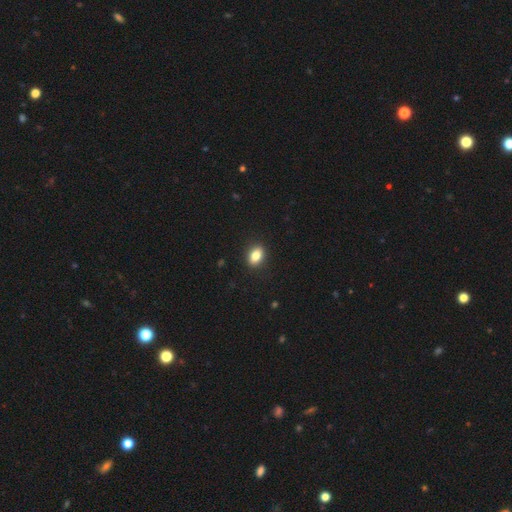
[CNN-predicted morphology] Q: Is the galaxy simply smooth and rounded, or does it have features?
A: smooth — 82%.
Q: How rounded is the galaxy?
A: in between — 79%.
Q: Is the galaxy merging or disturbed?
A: none — 90%.